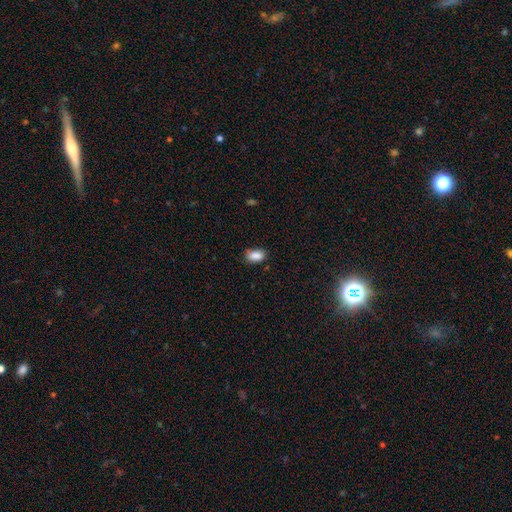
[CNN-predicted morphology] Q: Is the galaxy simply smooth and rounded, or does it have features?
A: smooth — 87%.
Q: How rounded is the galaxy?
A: in between — 89%.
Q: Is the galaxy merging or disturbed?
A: none — 78%.